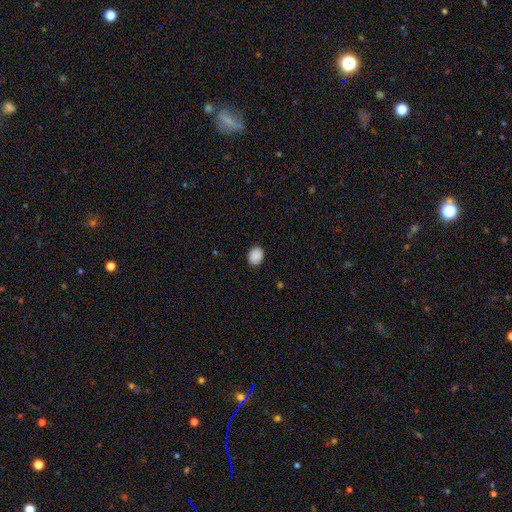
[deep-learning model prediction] The model was most divided on "how rounded": in between: 50%, round: 49%, cigar-shaped: 1%. More confident: smooth or featured — smooth (90%); merging — none (88%).